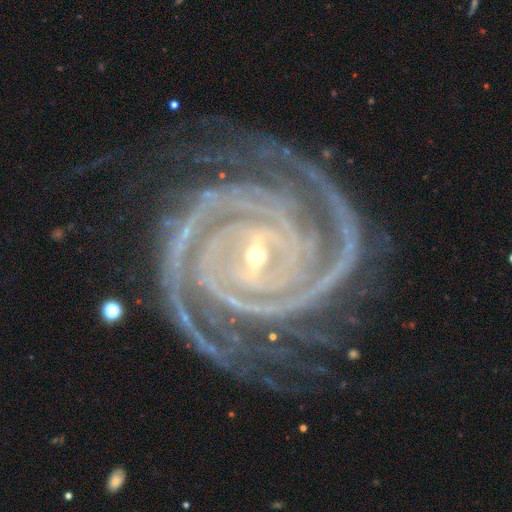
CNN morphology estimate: Q: Smooth or featured?
A: featured or disk (94%); runner-up: star or artifact (4%)
Q: Edge-on disk?
A: no (98%); runner-up: yes (2%)
Q: Bar?
A: strong (39%); runner-up: weak (34%)
Q: Spiral arms?
A: yes (99%); runner-up: no (1%)
Q: Spiral winding?
A: tight (84%); runner-up: medium (14%)
Q: Spiral arm count?
A: 2 (46%); runner-up: 3 (19%)
Q: Bulge size?
A: small (75%); runner-up: moderate (22%)
Q: Merging?
A: none (78%); runner-up: minor disturbance (15%)